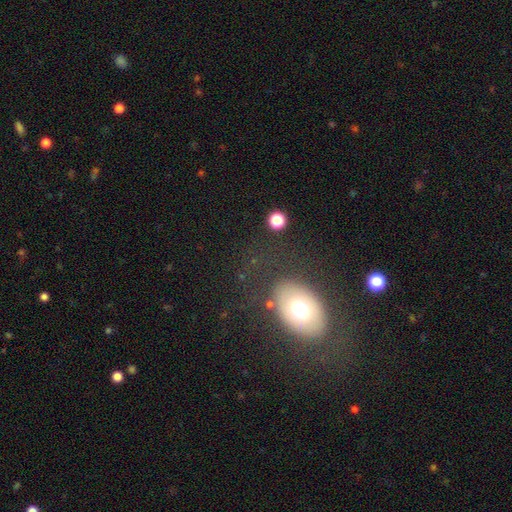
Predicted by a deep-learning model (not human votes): This appears to be a smooth galaxy with no disk features (55%) that is in between round and cigar-shaped (69%). Merging: none (81%).